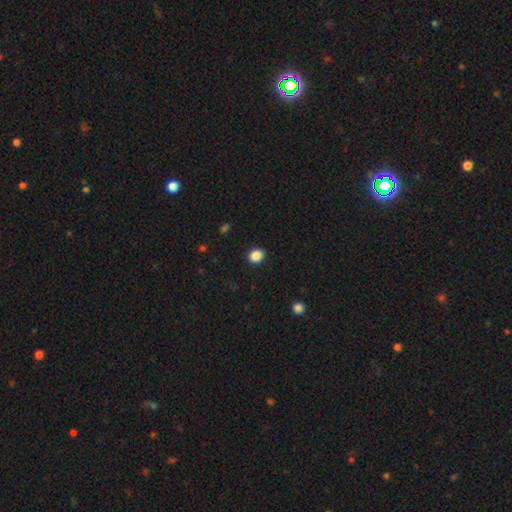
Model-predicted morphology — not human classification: A smooth galaxy with no disk features (88%) that is round (76%).

Vote fractions:
- Smooth or featured? smooth: 88% / star or artifact: 10% / featured or disk: 3%
- How rounded? round: 76% / in between: 23% / cigar-shaped: 1%
- Merging? none: 91% / minor disturbance: 6% / major disturbance: 2% / merger: 1%